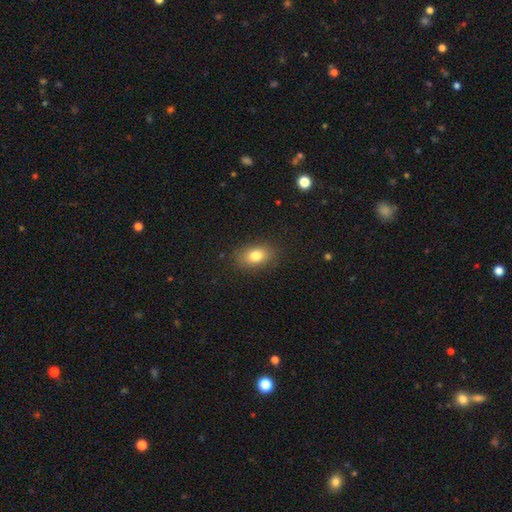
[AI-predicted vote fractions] smooth 81%, featured or disk 10%, star or artifact 9%. Down the decision tree: how rounded — in between (84%); merging — none (86%).